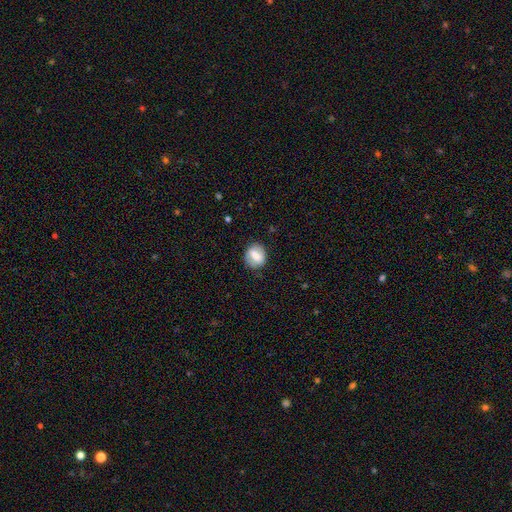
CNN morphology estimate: Q: Smooth or featured?
A: smooth (60%); runner-up: featured or disk (32%)
Q: How rounded?
A: round (62%); runner-up: in between (36%)
Q: Merging?
A: none (81%); runner-up: minor disturbance (13%)